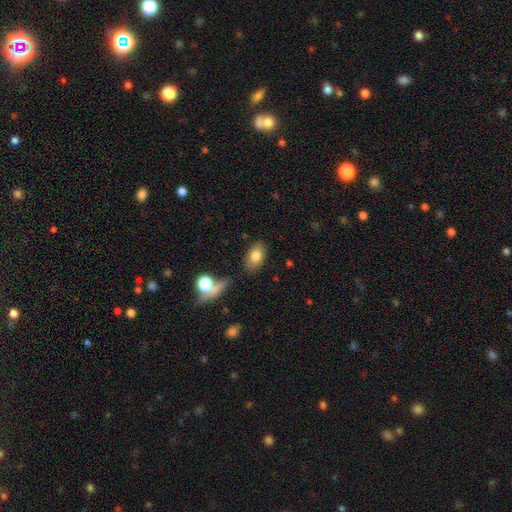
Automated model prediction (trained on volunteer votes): This is likely a smooth galaxy (78%). How rounded: clearly in between (88%). Merging: clearly none (81%).